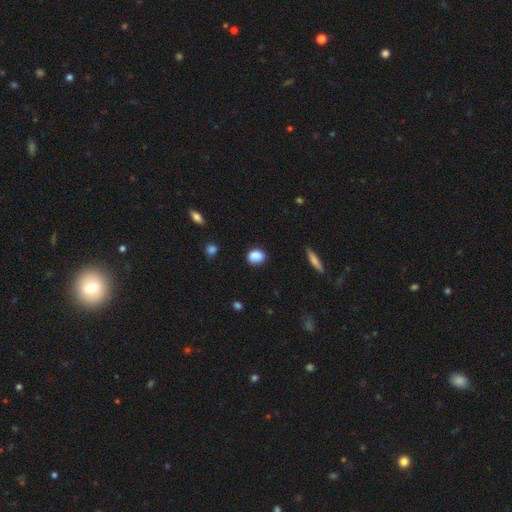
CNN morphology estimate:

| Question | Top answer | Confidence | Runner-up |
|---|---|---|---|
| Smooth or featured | smooth | 87% | star or artifact (8%) |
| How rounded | in between | 52% | round (46%) |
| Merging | none | 82% | minor disturbance (13%) |